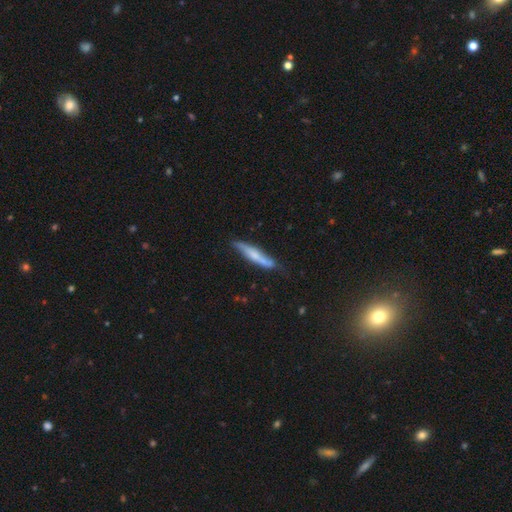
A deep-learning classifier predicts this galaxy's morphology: type=smooth (49%); merging=none (69%).